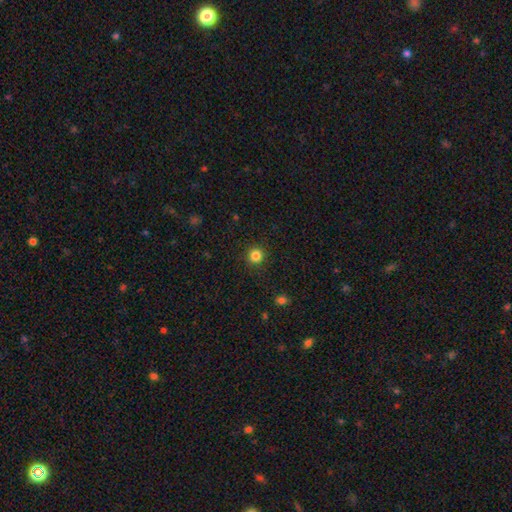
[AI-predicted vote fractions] Morphology: type=smooth (84%); roundness=round (94%); merging=none (91%).